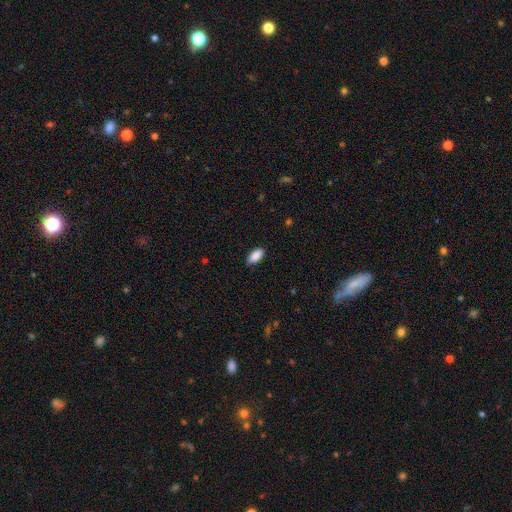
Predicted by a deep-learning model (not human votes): smooth_or_featured: smooth (p=0.90) [alt: star or artifact p=0.06]
how_rounded: in between (p=0.88) [alt: cigar-shaped p=0.10]
merging: none (p=0.87) [alt: minor disturbance p=0.10]